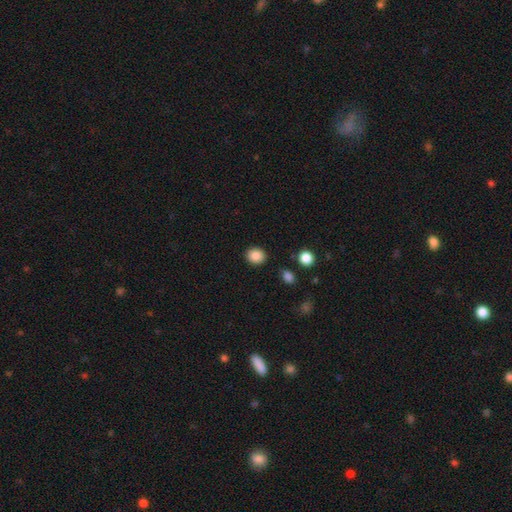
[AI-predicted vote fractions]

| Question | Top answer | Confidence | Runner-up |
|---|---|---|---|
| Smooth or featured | smooth | 87% | star or artifact (9%) |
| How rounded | round | 66% | in between (33%) |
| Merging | none | 88% | minor disturbance (8%) |